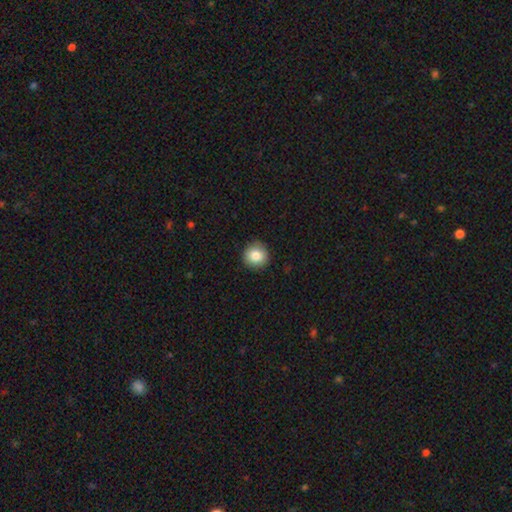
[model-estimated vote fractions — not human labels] A smooth galaxy with no disk features (85%) that is round (92%).

Vote fractions:
- Smooth or featured? smooth: 85% / star or artifact: 8% / featured or disk: 6%
- How rounded? round: 92% / in between: 7% / cigar-shaped: 1%
- Merging? none: 91% / minor disturbance: 7% / major disturbance: 2% / merger: 1%